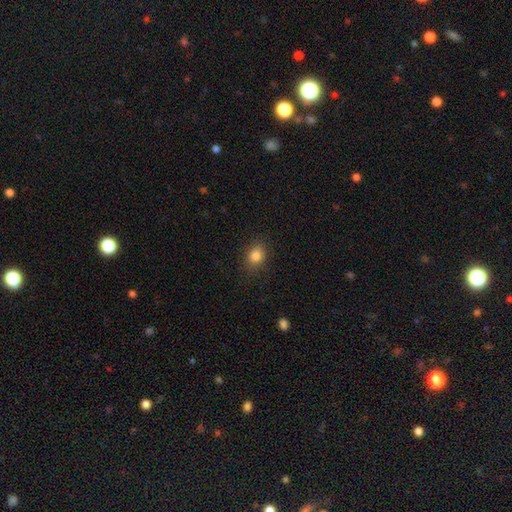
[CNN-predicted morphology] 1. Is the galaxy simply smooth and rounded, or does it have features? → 84% smooth, 10% star or artifact, 6% featured or disk.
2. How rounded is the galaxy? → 58% in between, 41% round, 1% cigar-shaped.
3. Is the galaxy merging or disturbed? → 86% none, 10% minor disturbance, 3% major disturbance, 1% merger.